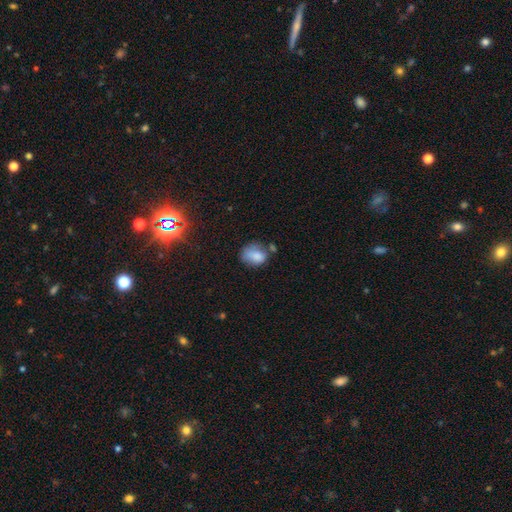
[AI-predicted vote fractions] smooth 78%, featured or disk 12%, star or artifact 10%. Down the decision tree: how rounded — in between (55%); merging — none (44%).